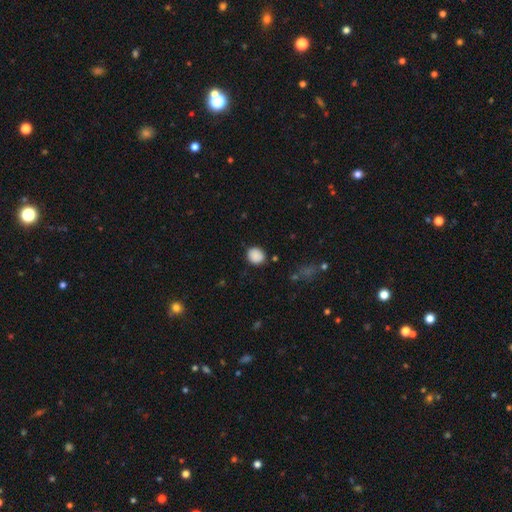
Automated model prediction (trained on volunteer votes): This appears to be a smooth galaxy with no disk features (88%) that is round (78%). Merging: none (83%).